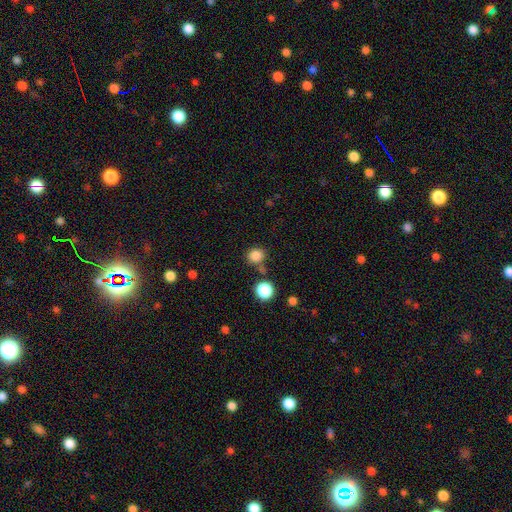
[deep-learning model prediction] The model was most divided on "merging": none: 72%, minor disturbance: 12%, merger: 11%, major disturbance: 4%. More confident: smooth or featured — smooth (83%); how rounded — round (81%).